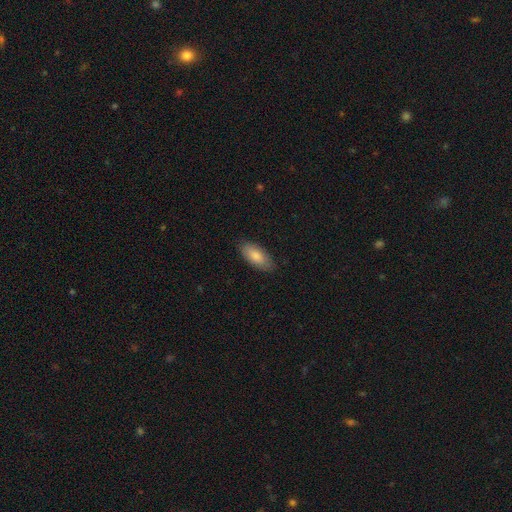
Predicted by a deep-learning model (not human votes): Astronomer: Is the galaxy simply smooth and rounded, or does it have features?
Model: smooth — 84%.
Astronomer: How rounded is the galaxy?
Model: in between — 88%.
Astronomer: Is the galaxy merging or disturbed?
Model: none — 85%.